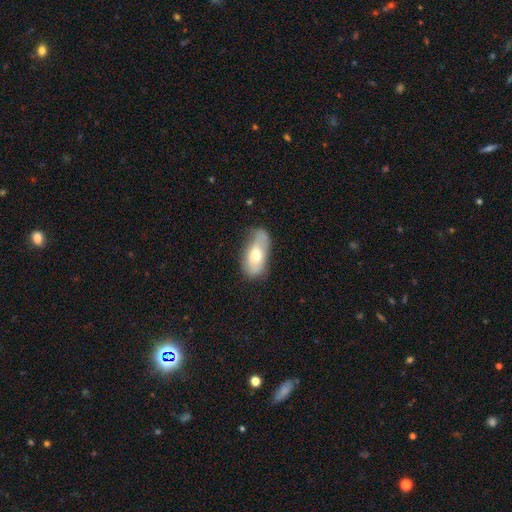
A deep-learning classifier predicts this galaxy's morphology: smooth 61%, featured or disk 32%, star or artifact 7%. Down the decision tree: how rounded — in between (89%); merging — none (53%).